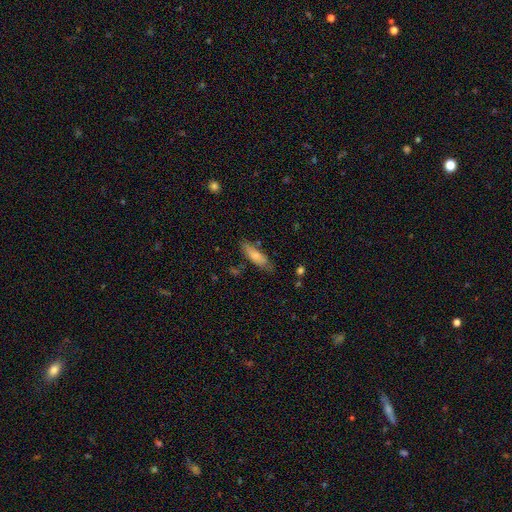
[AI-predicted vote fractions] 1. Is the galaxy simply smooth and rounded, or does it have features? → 69% smooth, 25% featured or disk, 6% star or artifact.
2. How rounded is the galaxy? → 51% in between, 47% cigar-shaped, 2% round.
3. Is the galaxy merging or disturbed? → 73% none, 20% minor disturbance, 4% major disturbance, 3% merger.